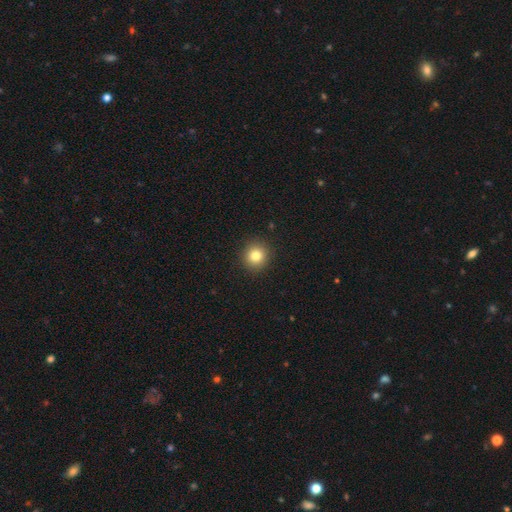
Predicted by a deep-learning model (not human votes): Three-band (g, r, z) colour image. It shows a smooth galaxy with no disk features (81%) that is round (91%). Merging: none (92%).